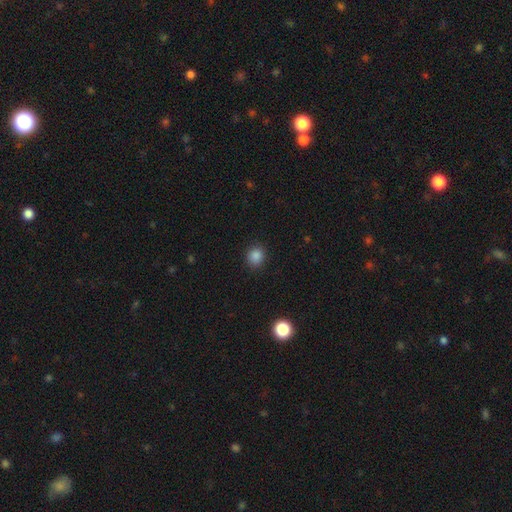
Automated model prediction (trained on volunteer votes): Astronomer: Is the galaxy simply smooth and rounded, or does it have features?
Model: smooth — 85%.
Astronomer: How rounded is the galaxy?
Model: round — 80%.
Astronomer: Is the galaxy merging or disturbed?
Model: none — 88%.